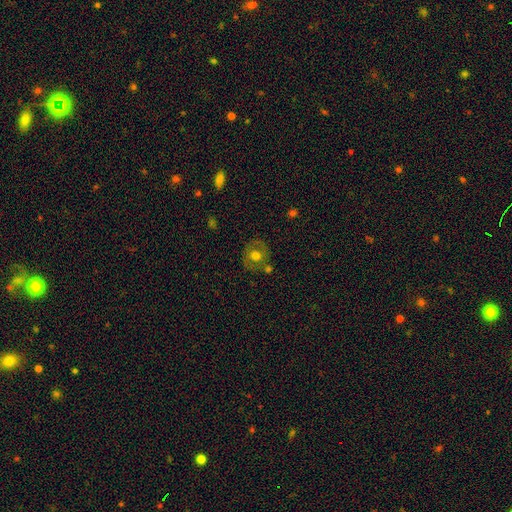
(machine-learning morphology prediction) This is possibly a smooth galaxy (51%). How rounded: clearly round (81%). Merging: likely none (71%).